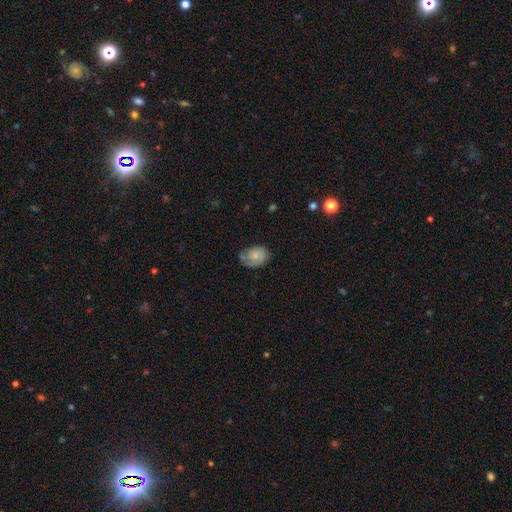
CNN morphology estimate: A smooth galaxy with no disk features (62%) that is in between round and cigar-shaped (68%). Merging: none (50%).